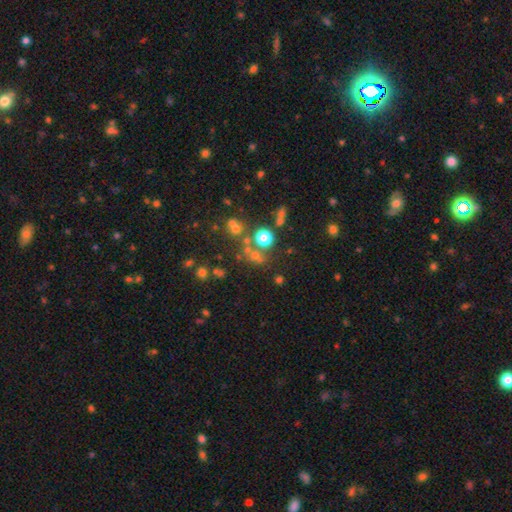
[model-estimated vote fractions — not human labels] Smooth or featured?
  - smooth: 50% *
  - star or artifact: 36%
  - featured or disk: 14%
How rounded?
  - round: 86% *
  - in between: 13%
  - cigar-shaped: 1%
Merging?
  - none: 63% *
  - merger: 21%
  - minor disturbance: 9%
  - major disturbance: 6%